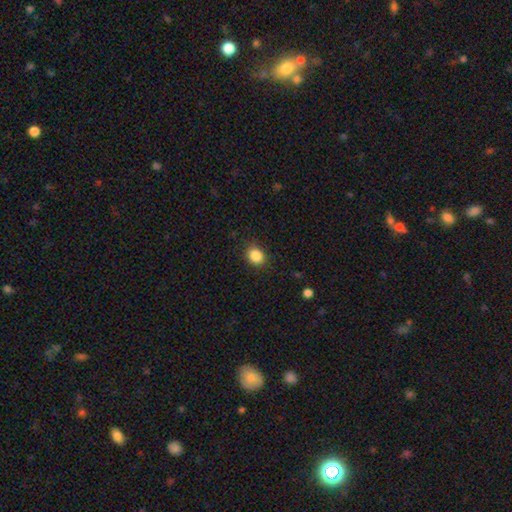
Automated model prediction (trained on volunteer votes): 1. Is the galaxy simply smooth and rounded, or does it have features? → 86% smooth, 10% star or artifact, 4% featured or disk.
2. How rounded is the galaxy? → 60% round, 39% in between, 1% cigar-shaped.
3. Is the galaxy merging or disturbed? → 85% none, 11% minor disturbance, 3% major disturbance, 1% merger.